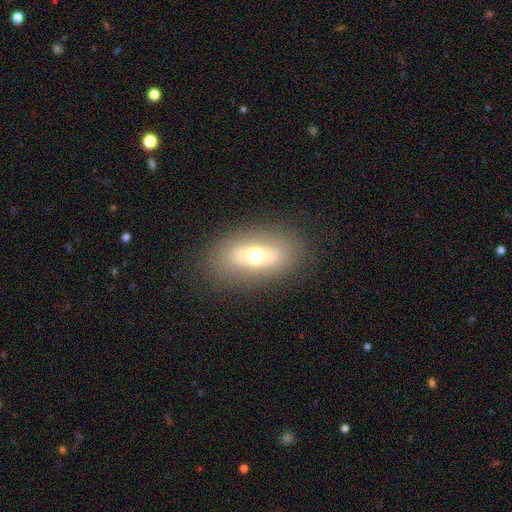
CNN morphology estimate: Smooth or featured? smooth (56%)
How rounded? in between (83%)
Merging? none (82%)